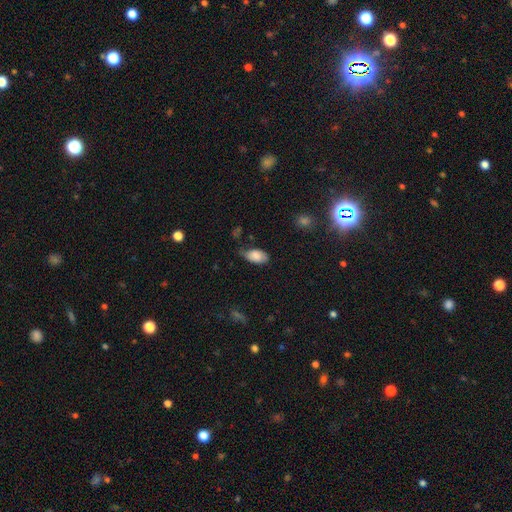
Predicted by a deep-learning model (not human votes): Smooth or featured: smooth — 80% (featured or disk — 13%)
How rounded: in between — 94% (round — 4%)
Merging: none — 48% (minor disturbance — 37%)